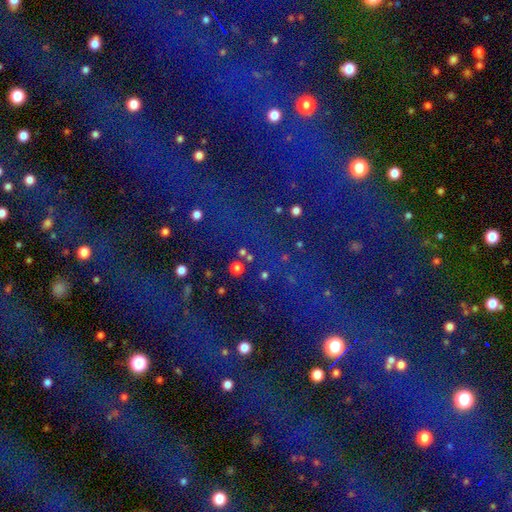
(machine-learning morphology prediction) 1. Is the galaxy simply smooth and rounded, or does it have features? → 83% star or artifact, 9% smooth, 8% featured or disk.